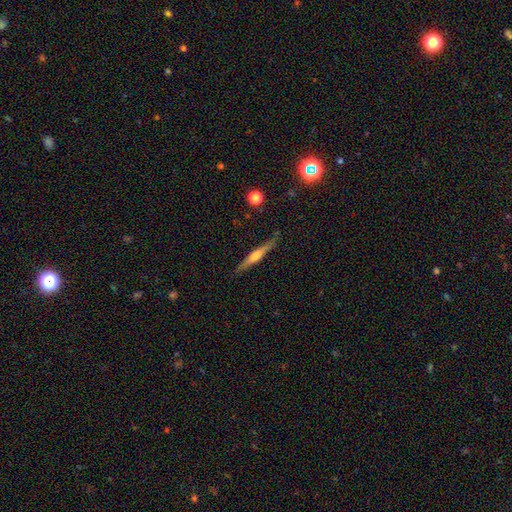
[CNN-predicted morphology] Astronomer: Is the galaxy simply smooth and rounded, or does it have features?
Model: featured or disk — 70%.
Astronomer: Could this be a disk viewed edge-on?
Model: yes — 98%.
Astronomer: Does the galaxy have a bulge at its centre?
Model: rounded — 78%.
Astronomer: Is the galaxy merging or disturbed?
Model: none — 87%.